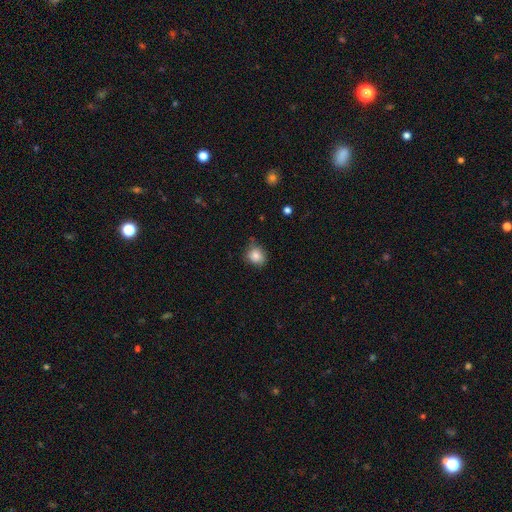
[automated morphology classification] Smooth or featured? smooth (82%)
How rounded? round (73%)
Merging? none (71%)